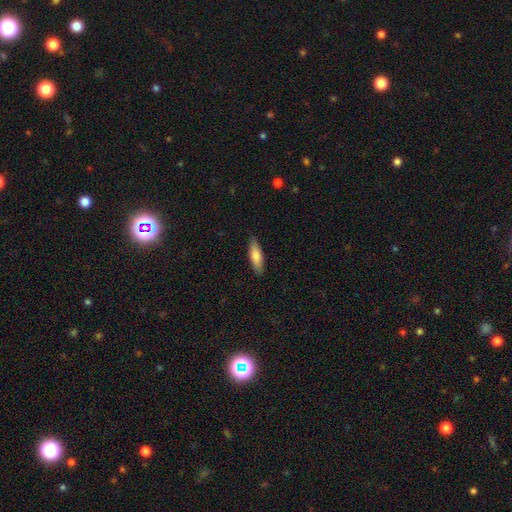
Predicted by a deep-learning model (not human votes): This appears to be a smooth galaxy with no disk features (77%) that is cigar-shaped (50%). Merging: none (87%).